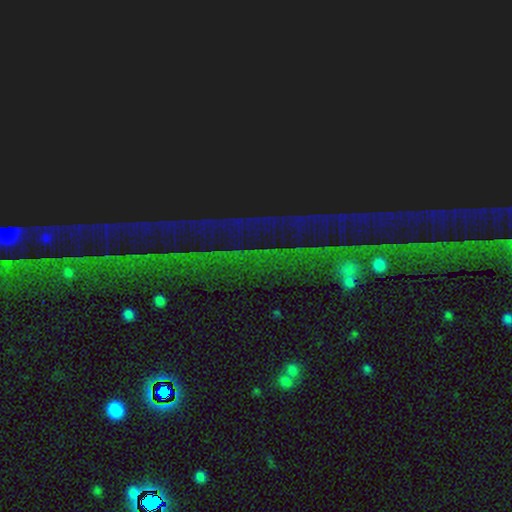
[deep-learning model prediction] Smooth or featured? Predicted: star or artifact (p=0.85).